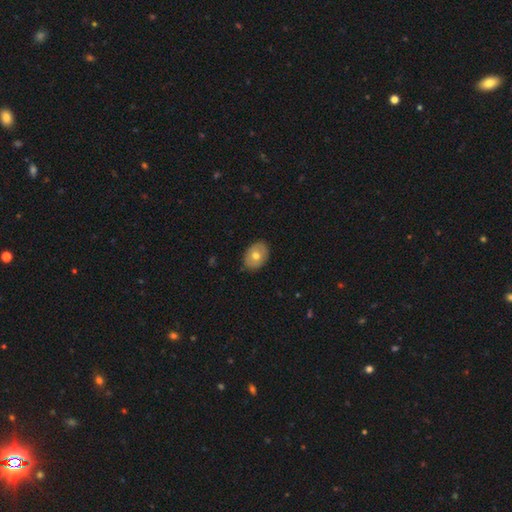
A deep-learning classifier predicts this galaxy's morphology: Smooth or featured? Predicted: smooth (p=0.65). How rounded? Predicted: in between (p=0.69). Merging? Predicted: none (p=0.85).